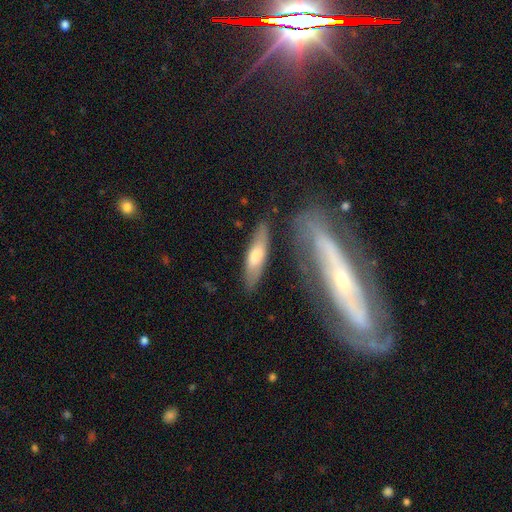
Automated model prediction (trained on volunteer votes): A smooth galaxy with no disk features (56%) that is cigar-shaped (65%). Merging: none (74%).